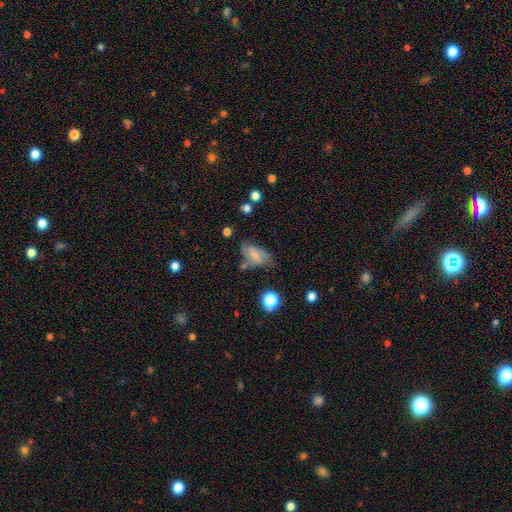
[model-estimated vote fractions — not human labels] Smooth or featured? smooth (50%)
Merging? none (48%)